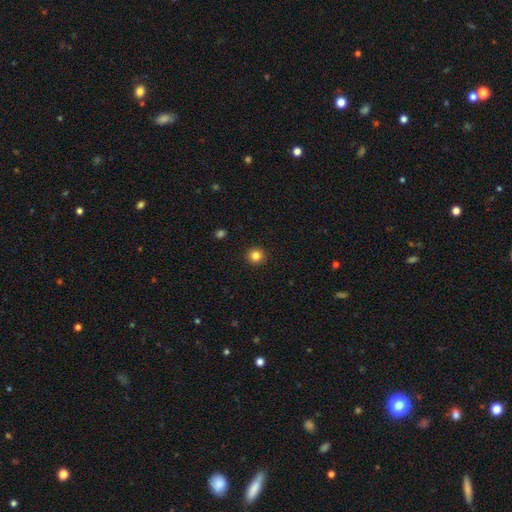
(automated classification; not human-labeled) Smooth or featured? smooth (84%)
How rounded? round (95%)
Merging? none (93%)